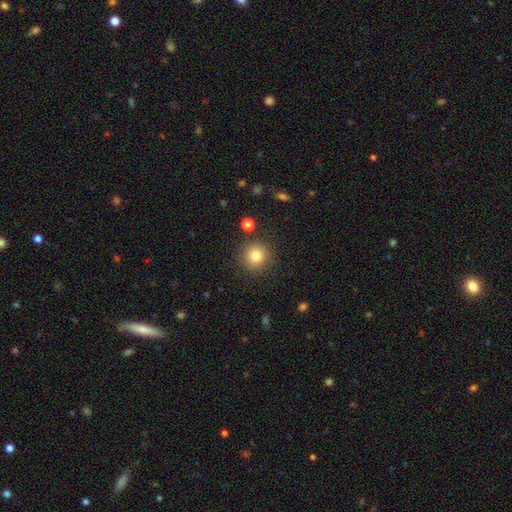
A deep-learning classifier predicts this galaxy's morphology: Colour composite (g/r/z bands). It shows a smooth galaxy with no disk features (81%) that is round (94%). Merging: none (89%).